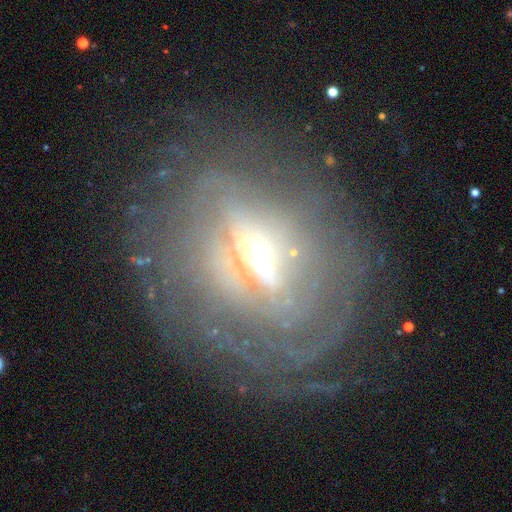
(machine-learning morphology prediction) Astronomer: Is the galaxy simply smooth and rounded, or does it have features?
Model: featured or disk — 78%.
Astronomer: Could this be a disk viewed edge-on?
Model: no — 84%.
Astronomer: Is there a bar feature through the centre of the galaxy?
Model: strong — 36% (runner-up: weak, 34%).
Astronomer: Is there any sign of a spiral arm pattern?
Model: yes — 65%.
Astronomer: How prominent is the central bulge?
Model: moderate — 48% (runner-up: small, 39%).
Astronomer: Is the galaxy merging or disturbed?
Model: none — 61%.